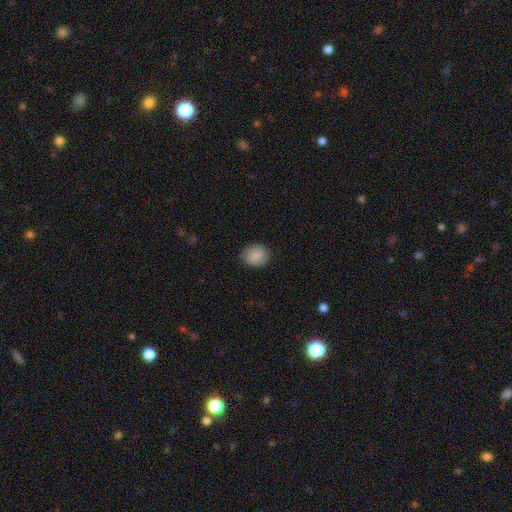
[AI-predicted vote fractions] Morphology: type=smooth (84%); roundness=round (52%); merging=none (83%).